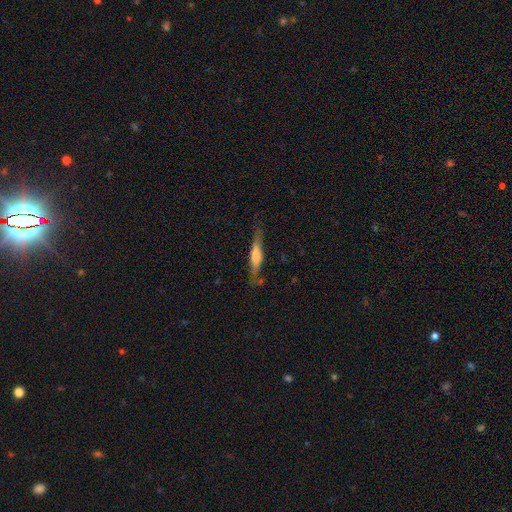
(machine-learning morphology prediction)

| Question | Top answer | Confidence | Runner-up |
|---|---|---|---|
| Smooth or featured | featured or disk | 47% | smooth (46%) |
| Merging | none | 74% | minor disturbance (18%) |